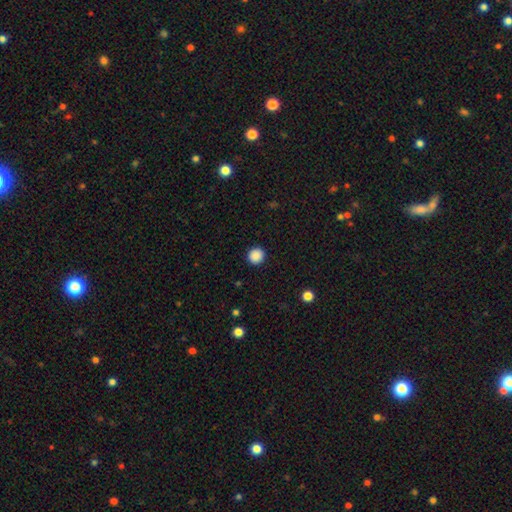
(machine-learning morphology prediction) Smooth or featured: smooth — 88% (star or artifact — 9%)
How rounded: round — 93% (in between — 6%)
Merging: none — 93% (minor disturbance — 5%)